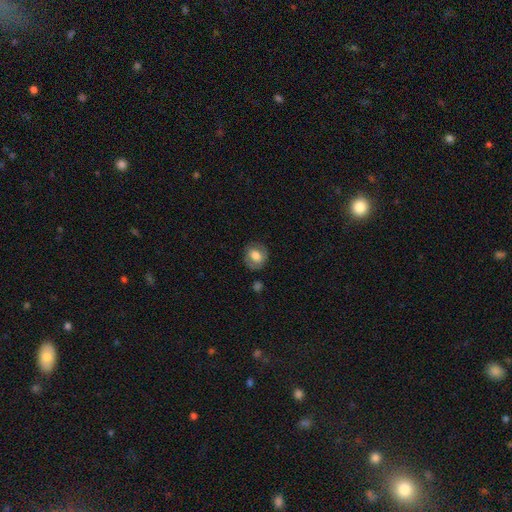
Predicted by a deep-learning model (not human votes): smooth-or-featured: smooth: 67% | featured or disk: 25% | star or artifact: 8%
  how-rounded: round: 66% | in between: 33% | cigar-shaped: 1%
  merging: none: 76% | minor disturbance: 16% | major disturbance: 6% | merger: 2%